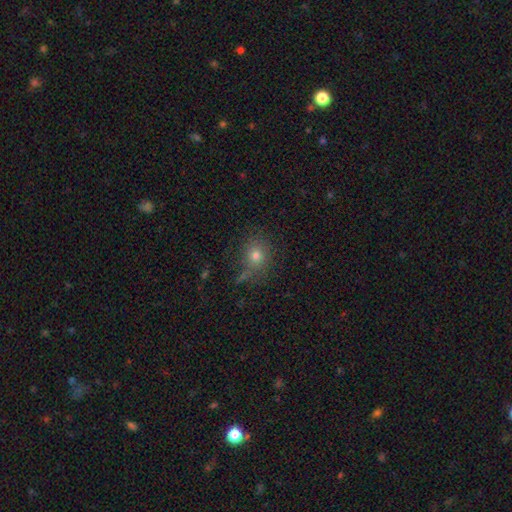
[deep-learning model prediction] This appears to be a smooth galaxy with no disk features (71%) that is round (76%). Merging: none (71%).